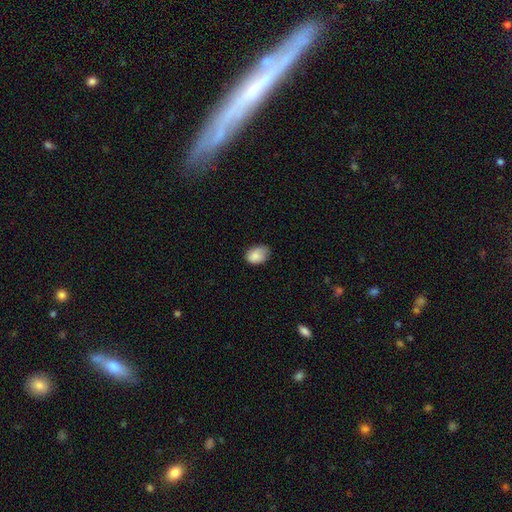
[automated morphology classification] smooth-or-featured: smooth: 84% | featured or disk: 9% | star or artifact: 8%
  how-rounded: in between: 78% | round: 21% | cigar-shaped: 1%
  merging: none: 60% | minor disturbance: 32% | major disturbance: 7% | merger: 1%